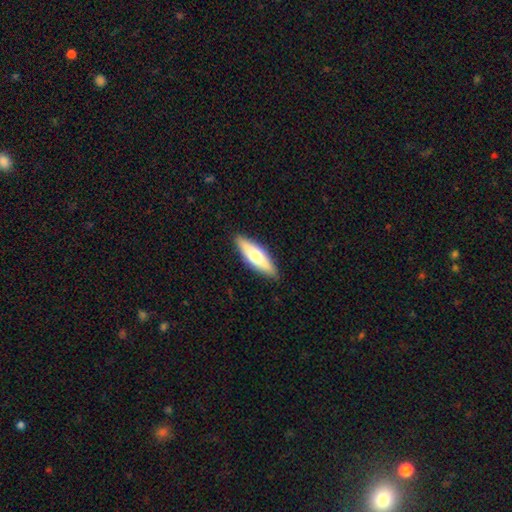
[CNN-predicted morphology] smooth 57%, featured or disk 37%, star or artifact 5%. Down the decision tree: how rounded — cigar-shaped (53%); merging — none (88%).